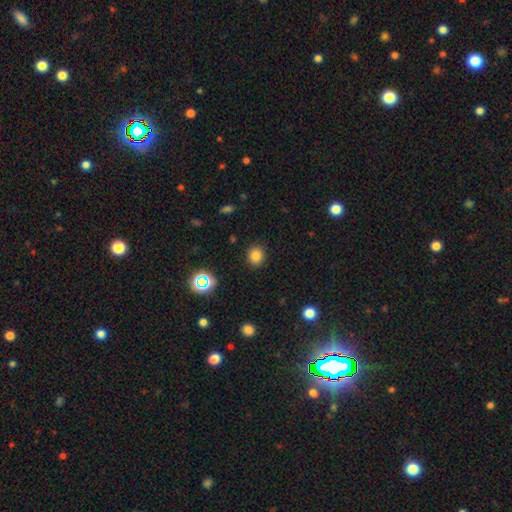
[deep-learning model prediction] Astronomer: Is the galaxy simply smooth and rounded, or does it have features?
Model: smooth — 81%.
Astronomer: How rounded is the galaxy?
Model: round — 79%.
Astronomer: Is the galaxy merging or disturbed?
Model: none — 89%.